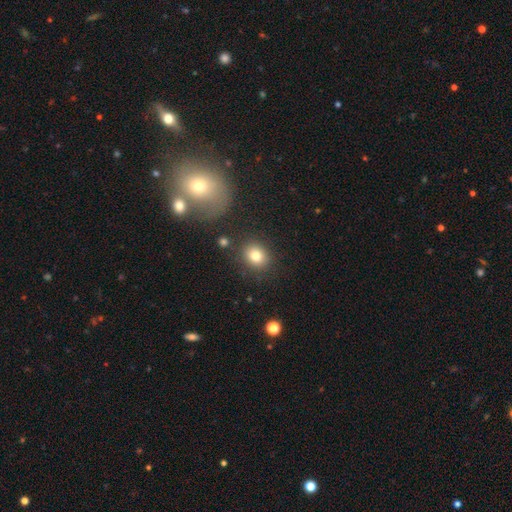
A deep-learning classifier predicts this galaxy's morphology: Smooth or featured? Predicted: smooth (p=0.80). How rounded? Predicted: round (p=0.69). Merging? Predicted: none (p=0.84).